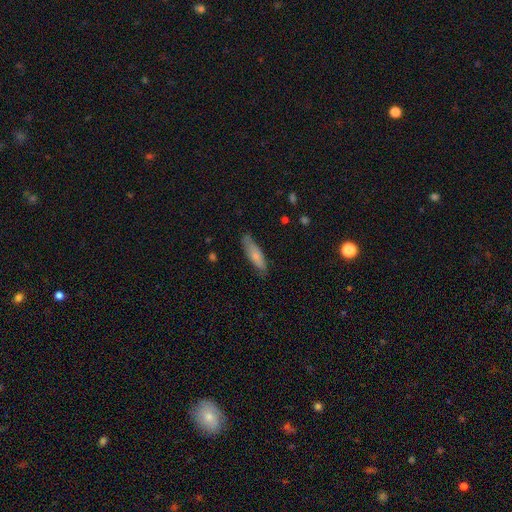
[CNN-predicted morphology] The model was most divided on "how rounded": cigar-shaped: 61%, in between: 37%, round: 2%. More confident: merging — none (75%); smooth or featured — smooth (71%).